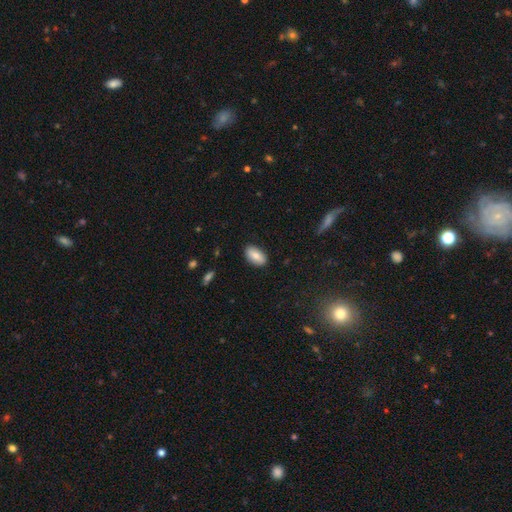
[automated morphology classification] The model was most divided on "smooth or featured": smooth: 78%, featured or disk: 15%, star or artifact: 7%. More confident: how rounded — in between (93%); merging — none (87%).